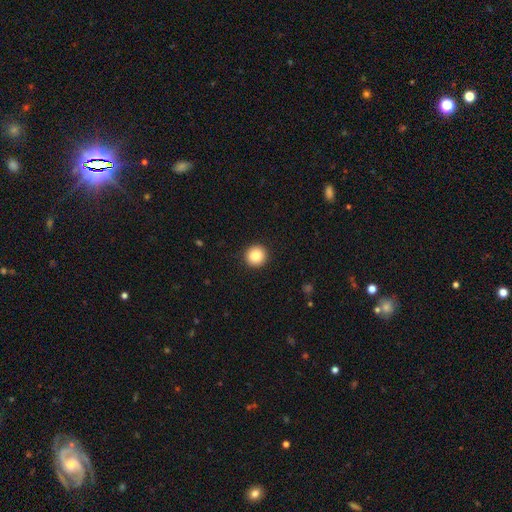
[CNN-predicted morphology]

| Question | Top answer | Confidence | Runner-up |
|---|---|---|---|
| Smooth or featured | smooth | 87% | star or artifact (9%) |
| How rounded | round | 95% | in between (4%) |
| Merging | none | 93% | minor disturbance (4%) |